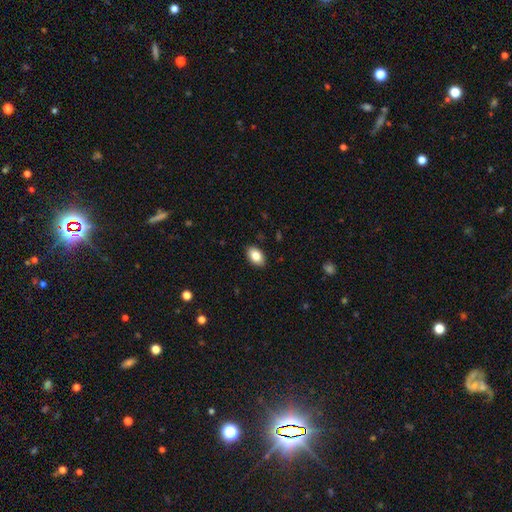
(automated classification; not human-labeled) Smooth or featured: smooth — 85% (featured or disk — 8%)
How rounded: in between — 91% (round — 8%)
Merging: none — 89% (minor disturbance — 8%)